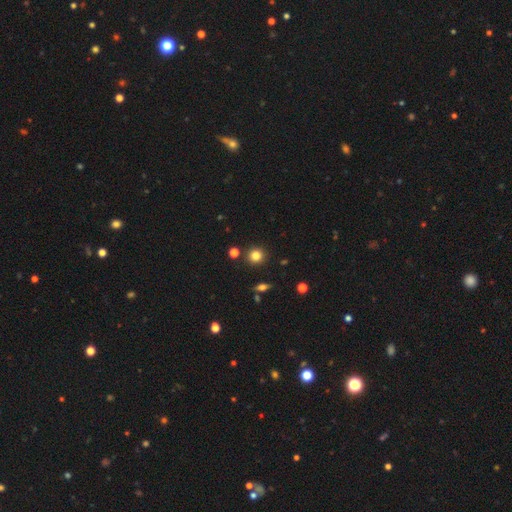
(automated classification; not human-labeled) Q: Smooth or featured?
A: smooth (81%); runner-up: star or artifact (13%)
Q: How rounded?
A: round (91%); runner-up: in between (8%)
Q: Merging?
A: none (87%); runner-up: minor disturbance (7%)